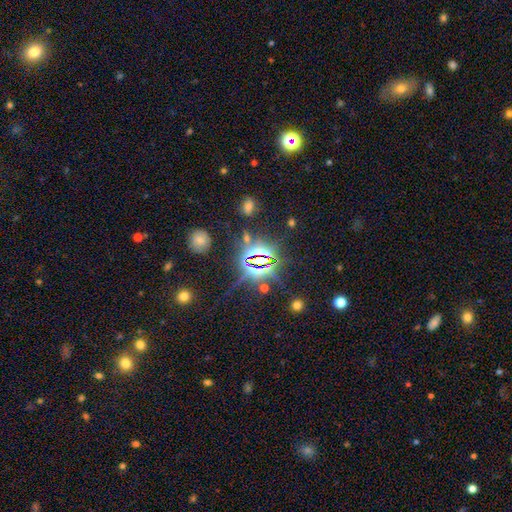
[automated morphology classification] Smooth or featured?
  - star or artifact: 78% *
  - smooth: 14%
  - featured or disk: 8%